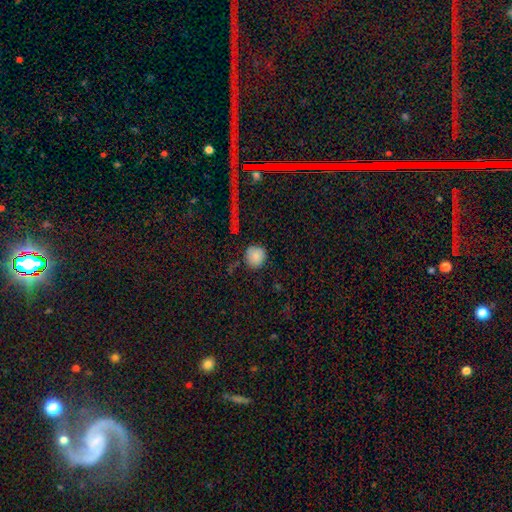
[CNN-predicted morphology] smooth_or_featured: smooth (p=0.82) [alt: star or artifact p=0.11]
how_rounded: round (p=0.90) [alt: in between p=0.09]
merging: none (p=0.78) [alt: minor disturbance p=0.15]